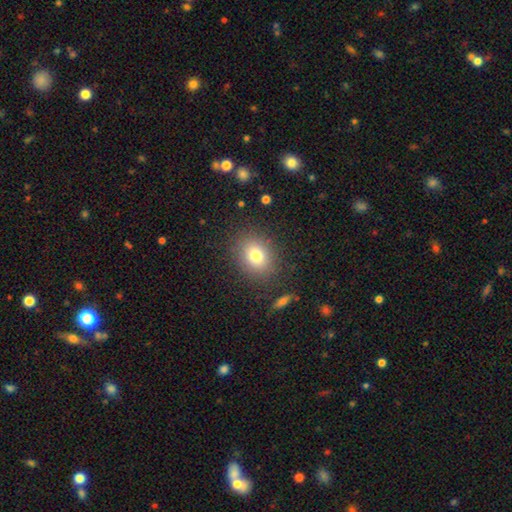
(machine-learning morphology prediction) smooth_or_featured: smooth (p=0.77) [alt: star or artifact p=0.12]
how_rounded: round (p=0.59) [alt: in between p=0.40]
merging: none (p=0.85) [alt: minor disturbance p=0.09]